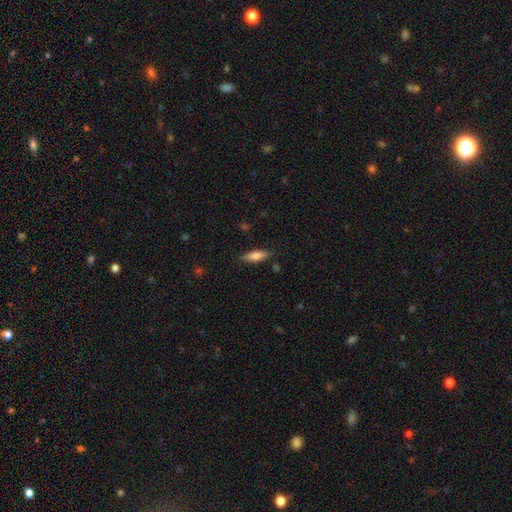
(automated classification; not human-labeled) Smooth or featured: smooth — 74% (featured or disk — 20%)
How rounded: cigar-shaped — 53% (in between — 45%)
Merging: none — 84% (minor disturbance — 12%)